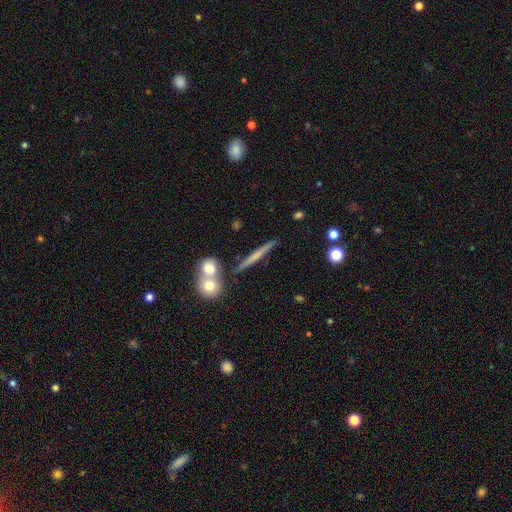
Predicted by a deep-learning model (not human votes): smooth_or_featured: smooth (p=0.47) [alt: featured or disk p=0.45]
merging: none (p=0.79) [alt: merger p=0.10]